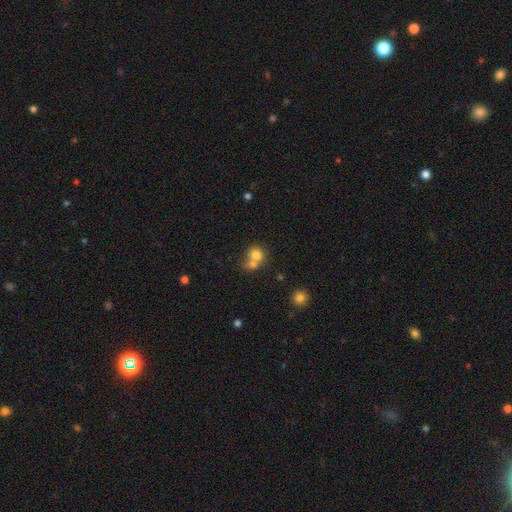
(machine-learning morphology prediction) A smooth galaxy with no disk features (76%) that is round (74%).

Vote fractions:
- Smooth or featured? smooth: 76% / featured or disk: 13% / star or artifact: 11%
- How rounded? round: 74% / in between: 25% / cigar-shaped: 1%
- Merging? merger: 59% / none: 30% / minor disturbance: 7% / major disturbance: 4%